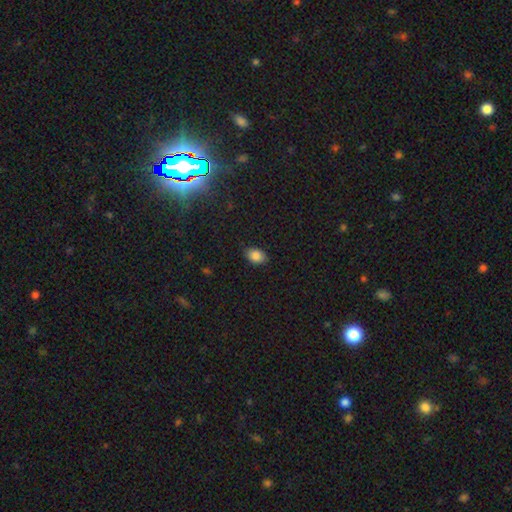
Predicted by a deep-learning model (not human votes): smooth_or_featured: smooth (p=0.86) [alt: star or artifact p=0.09]
how_rounded: in between (p=0.82) [alt: round p=0.17]
merging: none (p=0.83) [alt: minor disturbance p=0.13]